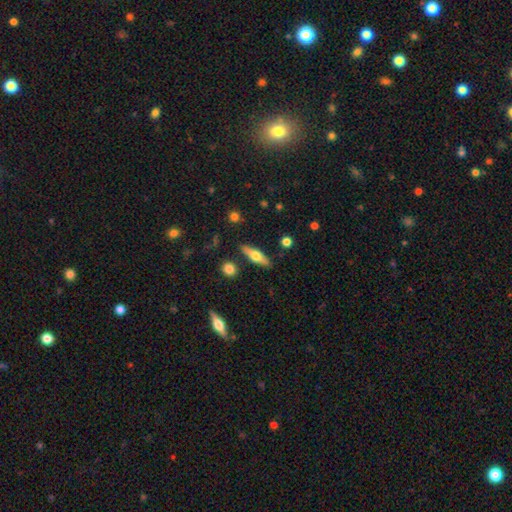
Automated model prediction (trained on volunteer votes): smooth_or_featured: smooth (p=0.49) [alt: featured or disk p=0.45]
merging: none (p=0.85) [alt: minor disturbance p=0.10]